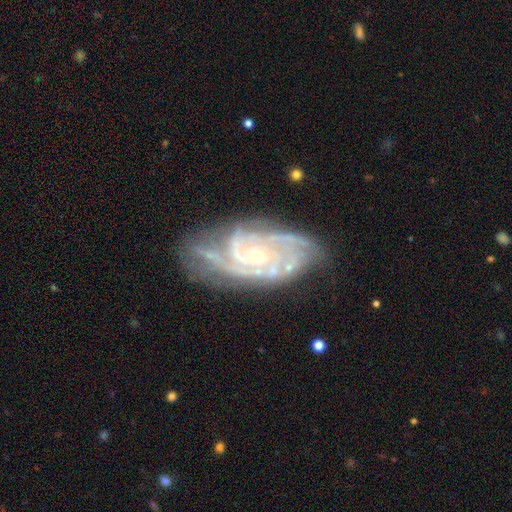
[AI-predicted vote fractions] A featured or disk galaxy (90%) with no bar (71%), 3 (34%) tight (65%) spiral arms (98%) and a small central bulge (74%). Merging: none (66%).